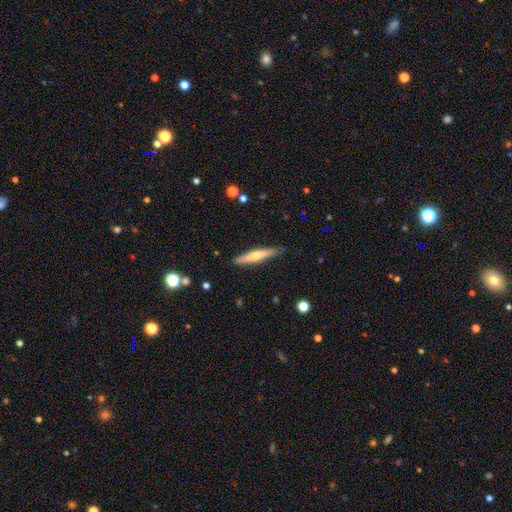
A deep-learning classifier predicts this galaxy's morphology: A smooth galaxy with no disk features (51%) that is cigar-shaped (91%).

Vote fractions:
- Smooth or featured? smooth: 51% / featured or disk: 44% / star or artifact: 6%
- How rounded? cigar-shaped: 91% / in between: 7% / round: 1%
- Merging? none: 87% / minor disturbance: 10% / major disturbance: 2% / merger: 1%